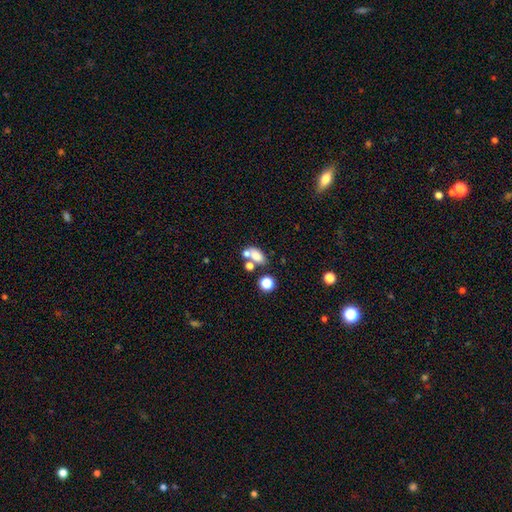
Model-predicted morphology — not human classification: Overall: smooth (72%). How rounded: in between (81%). Merging: none (42%; merger 40%).